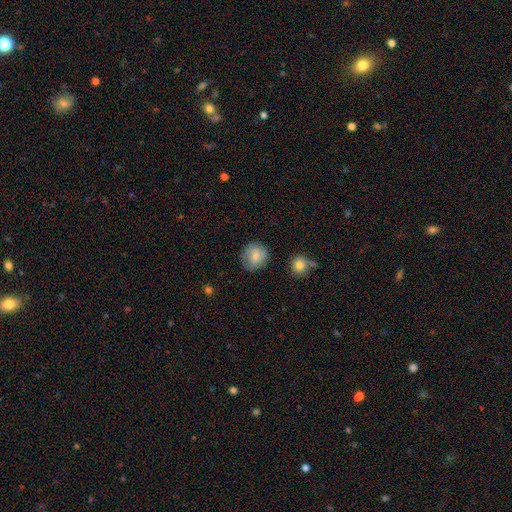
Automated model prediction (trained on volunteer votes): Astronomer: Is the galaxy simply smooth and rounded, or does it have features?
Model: smooth — 80%.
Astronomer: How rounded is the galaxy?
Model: round — 85%.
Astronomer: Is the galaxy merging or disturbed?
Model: none — 75%.